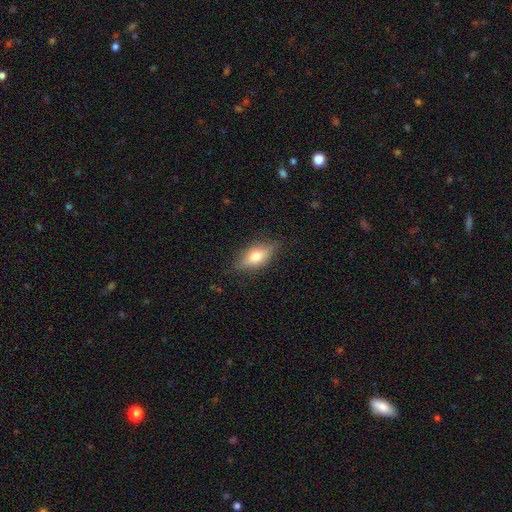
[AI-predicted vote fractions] This appears to be a smooth galaxy with no disk features (52%) that is in between round and cigar-shaped (71%). Merging: none (81%).